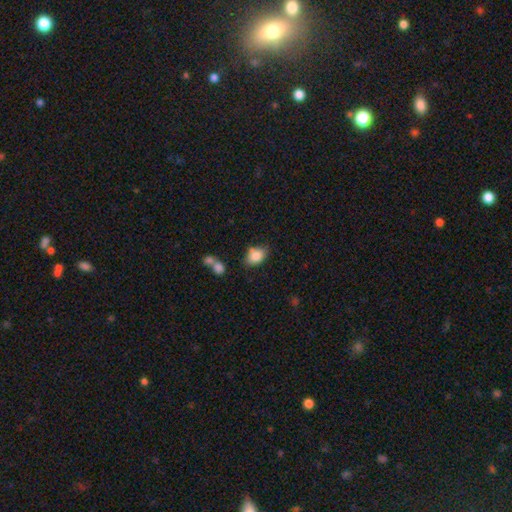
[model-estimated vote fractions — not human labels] A smooth galaxy with no disk features (84%) that is in between round and cigar-shaped (76%). Merging: none (66%).